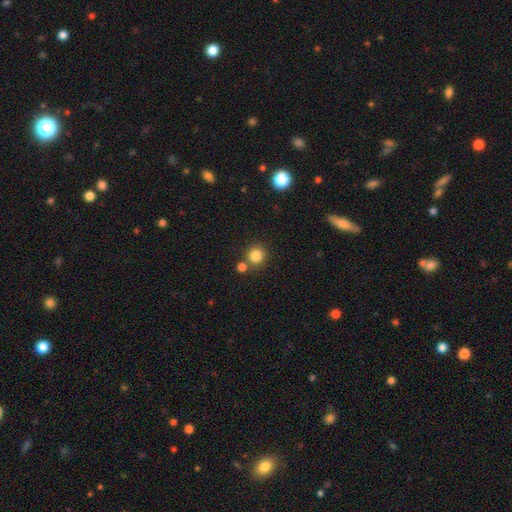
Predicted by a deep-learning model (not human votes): A smooth galaxy with no disk features (83%) that is round (91%).

Vote fractions:
- Smooth or featured? smooth: 83% / star or artifact: 12% / featured or disk: 5%
- How rounded? round: 91% / in between: 8% / cigar-shaped: 1%
- Merging? none: 72% / merger: 17% / minor disturbance: 8% / major disturbance: 3%